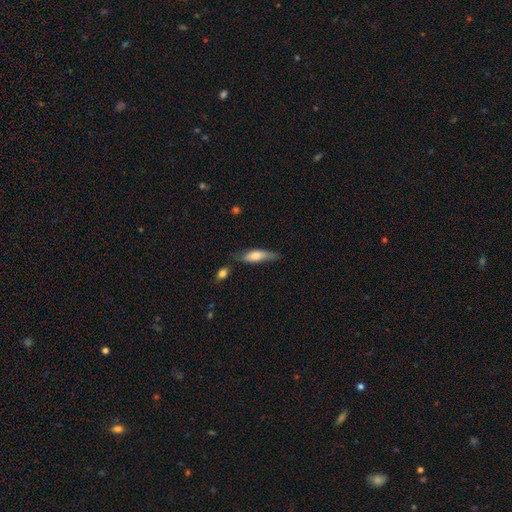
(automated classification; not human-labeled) smooth 64%, featured or disk 30%, star or artifact 6%. Down the decision tree: how rounded — cigar-shaped (56%); merging — none (55%).